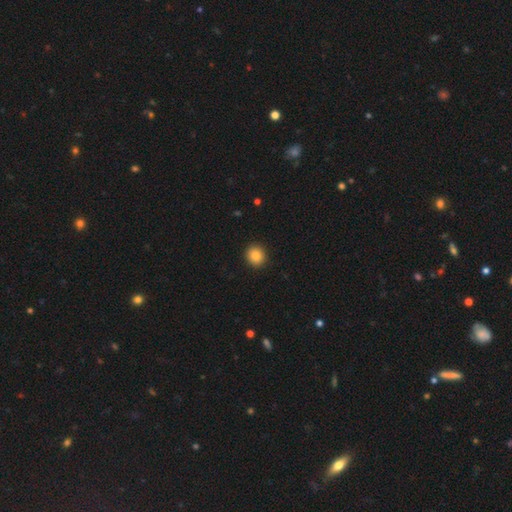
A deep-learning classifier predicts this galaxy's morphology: smooth_or_featured: smooth (p=0.86) [alt: star or artifact p=0.10]
how_rounded: round (p=0.84) [alt: in between p=0.15]
merging: none (p=0.92) [alt: minor disturbance p=0.06]